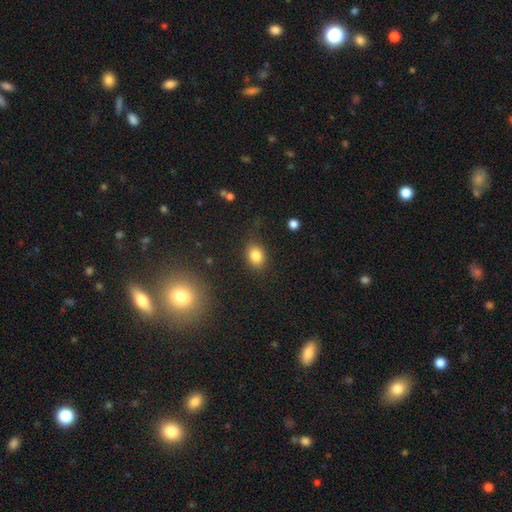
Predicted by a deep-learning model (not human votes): A smooth galaxy with no disk features (83%) that is in between round and cigar-shaped (61%).

Vote fractions:
- Smooth or featured? smooth: 83% / star or artifact: 10% / featured or disk: 7%
- How rounded? in between: 61% / round: 38% / cigar-shaped: 1%
- Merging? none: 78% / minor disturbance: 15% / major disturbance: 5% / merger: 2%